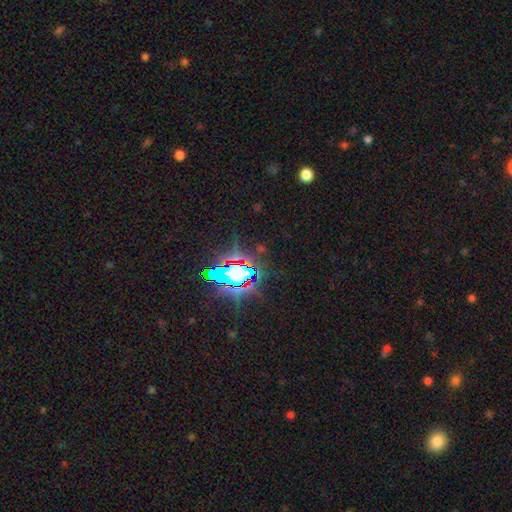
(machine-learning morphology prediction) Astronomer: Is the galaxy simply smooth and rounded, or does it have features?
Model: star or artifact — 82%.